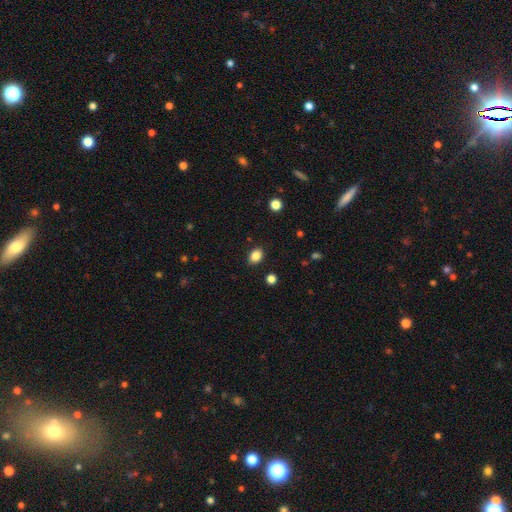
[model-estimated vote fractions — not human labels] Overall: smooth (86%). How rounded: in between (68%; round 31%). Merging: none (88%).